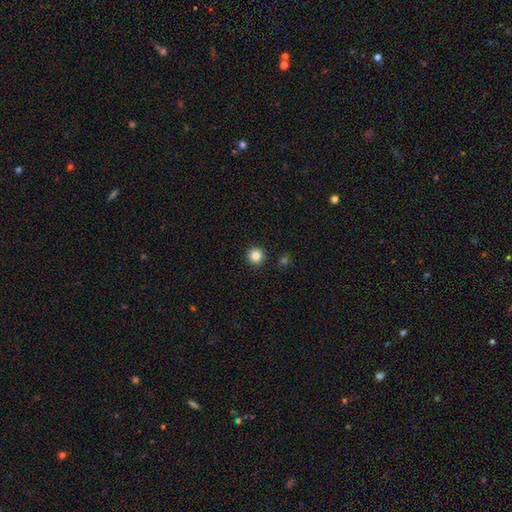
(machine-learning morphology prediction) Smooth or featured?
  - smooth: 83% *
  - star or artifact: 12%
  - featured or disk: 5%
How rounded?
  - round: 96% *
  - in between: 3%
  - cigar-shaped: 1%
Merging?
  - none: 93% *
  - minor disturbance: 4%
  - merger: 2%
  - major disturbance: 2%